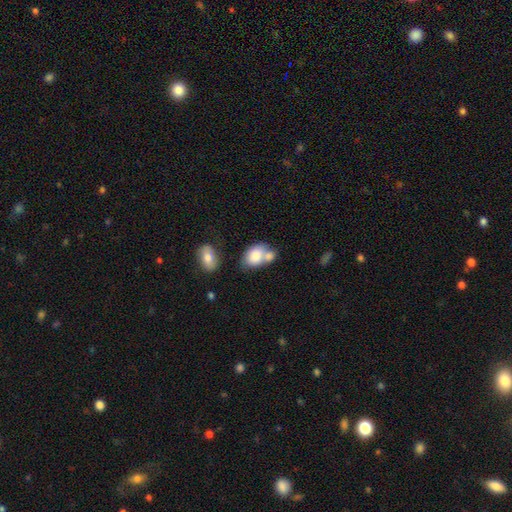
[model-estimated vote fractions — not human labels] Smooth or featured? smooth (79%)
How rounded? in between (82%)
Merging? merger (50%)